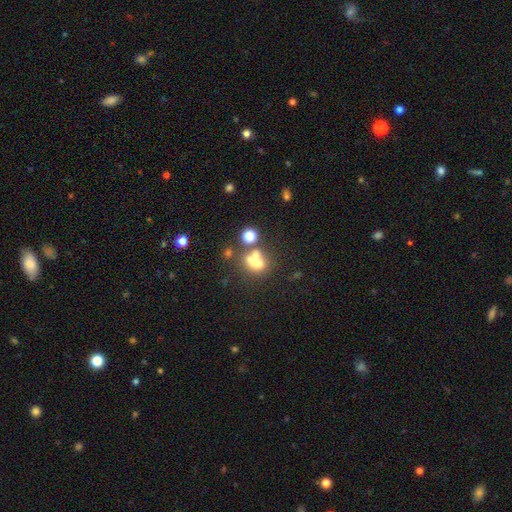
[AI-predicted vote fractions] The model was most divided on "merging": merger: 47%, none: 35%, minor disturbance: 10%, major disturbance: 9%. More confident: how rounded — round (64%); smooth or featured — smooth (54%).